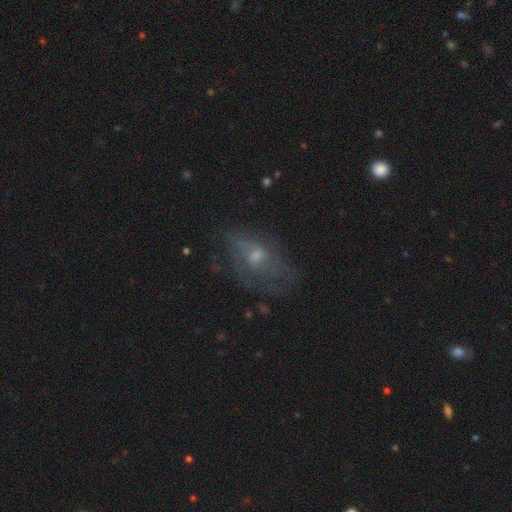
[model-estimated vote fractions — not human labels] Smooth or featured? Predicted: featured or disk (p=0.48). Merging? Predicted: none (p=0.62).